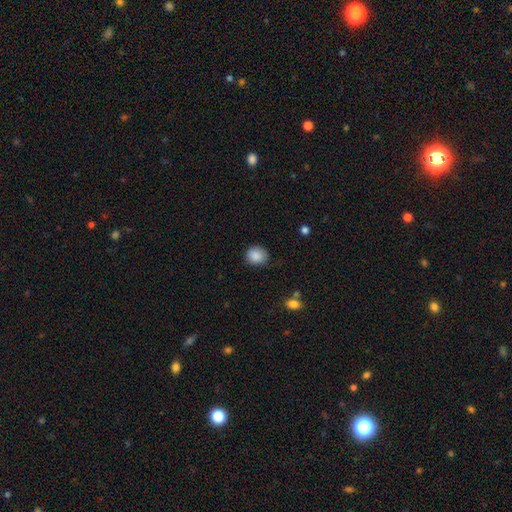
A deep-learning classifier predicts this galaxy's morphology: Smooth or featured? smooth (88%)
How rounded? round (71%)
Merging? none (79%)